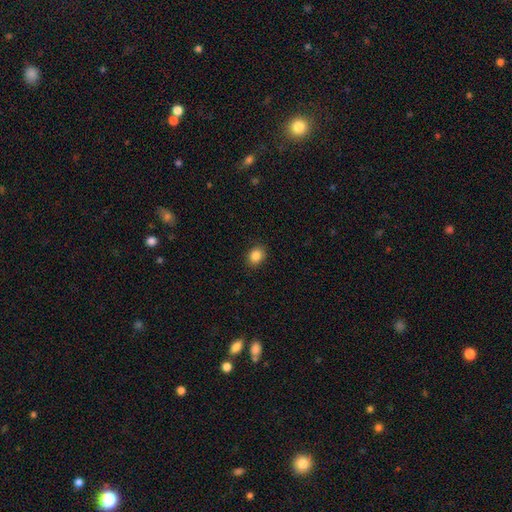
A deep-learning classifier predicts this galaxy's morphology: A smooth galaxy with no disk features (86%) that is round (58%). Merging: none (89%).